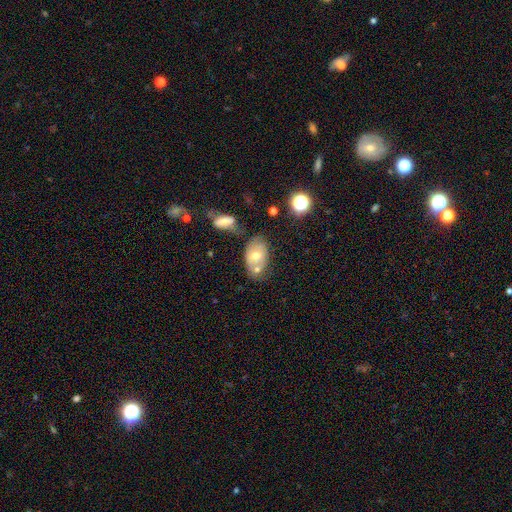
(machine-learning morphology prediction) A smooth galaxy with no disk features (53%) that is in between round and cigar-shaped (86%).

Vote fractions:
- Smooth or featured? smooth: 53% / featured or disk: 38% / star or artifact: 9%
- How rounded? in between: 86% / round: 12% / cigar-shaped: 2%
- Merging? none: 41% / merger: 32% / minor disturbance: 20% / major disturbance: 8%